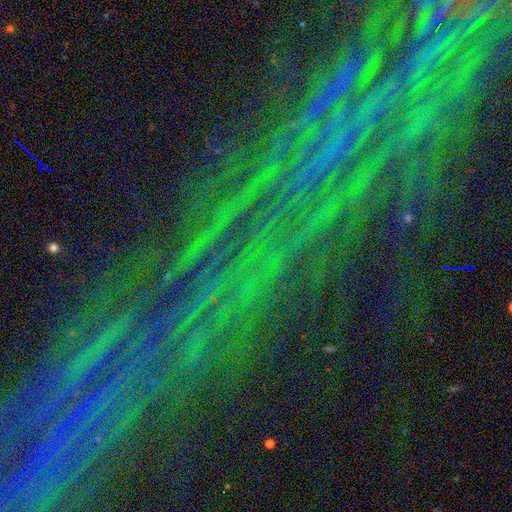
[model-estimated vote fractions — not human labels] Smooth or featured? star or artifact (84%)